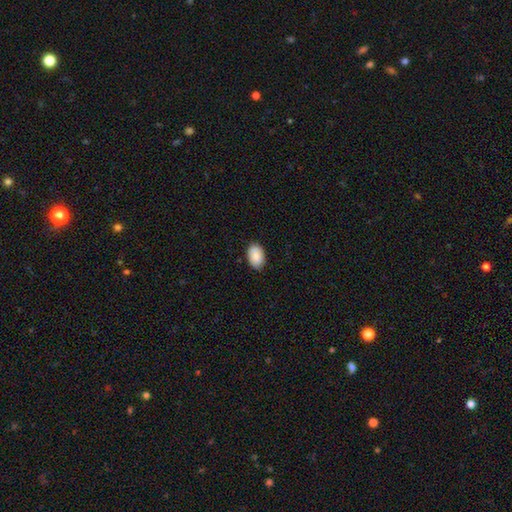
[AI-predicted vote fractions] Overall: smooth (87%). How rounded: in between (90%). Merging: none (84%).